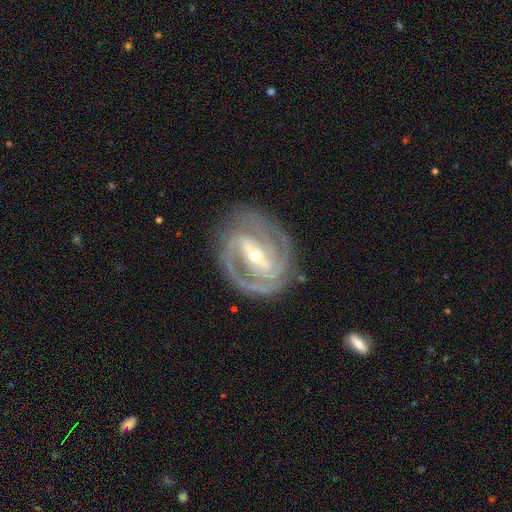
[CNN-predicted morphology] smooth-or-featured: featured or disk: 91% | star or artifact: 5% | smooth: 4%
  disk-edge-on: no: 96% | yes: 4%
    bar: strong: 65% | weak: 27% | no: 9%
    has-spiral-arms: yes: 97% | no: 3%
      spiral-winding: tight: 62% | medium: 33% | loose: 5%
      spiral-arm-count: 2: 60% | 3: 22% | can't tell: 9% | 4: 4% | 1: 3% | more than 4: 3%
    bulge-size: small: 53% | moderate: 44% | large: 2% | none: 1% | dominant: 1%
  merging: none: 78% | minor disturbance: 14% | major disturbance: 6% | merger: 1%